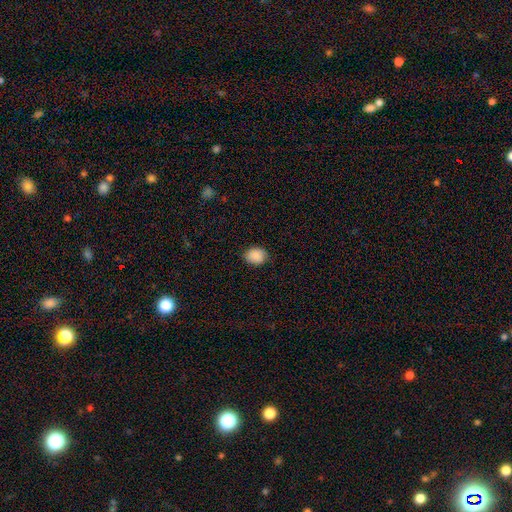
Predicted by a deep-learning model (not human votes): smooth-or-featured: smooth: 89% | star or artifact: 8% | featured or disk: 3%
  how-rounded: round: 59% | in between: 40% | cigar-shaped: 1%
  merging: none: 86% | minor disturbance: 11% | major disturbance: 2% | merger: 1%